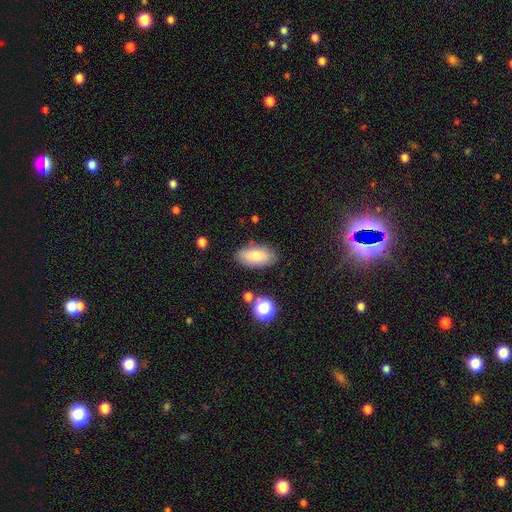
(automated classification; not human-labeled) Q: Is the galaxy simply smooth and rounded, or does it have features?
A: smooth — 78%.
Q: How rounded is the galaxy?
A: in between — 91%.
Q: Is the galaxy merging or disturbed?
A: none — 83%.